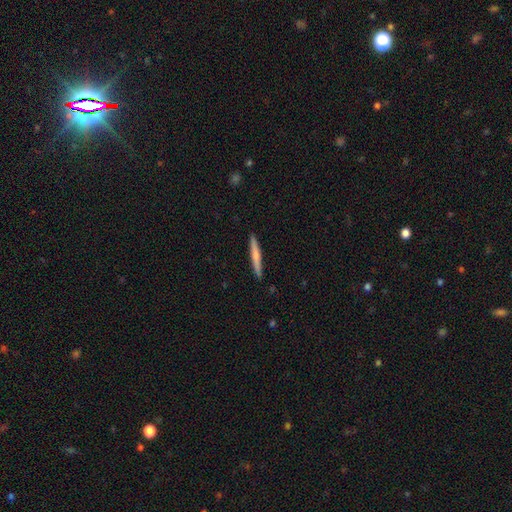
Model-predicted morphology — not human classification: A smooth galaxy with no disk features (59%) that is cigar-shaped (95%). Merging: none (91%).